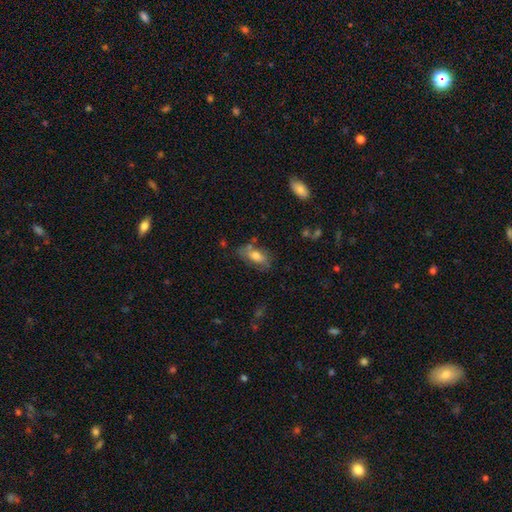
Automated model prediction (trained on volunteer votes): Overall: smooth (68%). How rounded: in between (86%). Merging: none (57%; minor disturbance 25%).